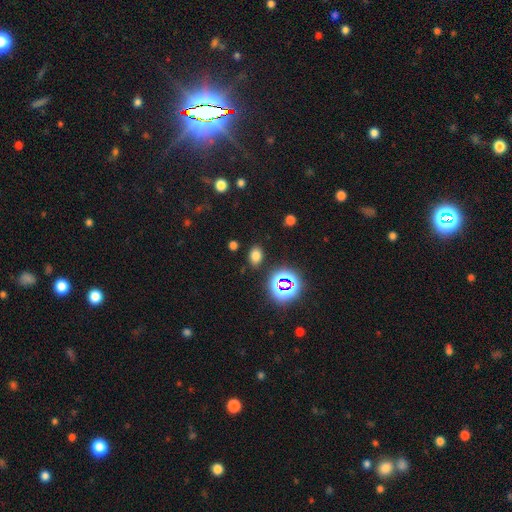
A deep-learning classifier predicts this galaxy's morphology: Smooth or featured? smooth (70%)
How rounded? in between (73%)
Merging? none (85%)